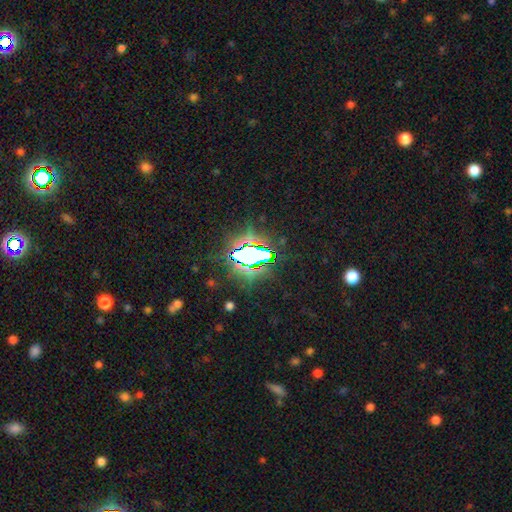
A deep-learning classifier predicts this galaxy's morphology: star or artifact 79%, smooth 13%, featured or disk 9%.